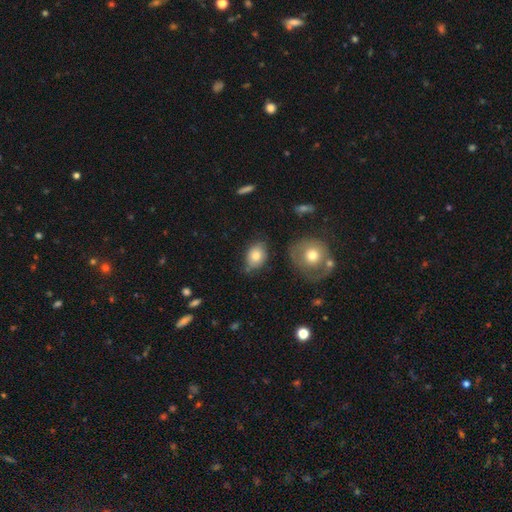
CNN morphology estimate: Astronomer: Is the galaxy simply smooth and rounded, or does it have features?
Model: smooth — 78%.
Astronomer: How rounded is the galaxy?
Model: in between — 69%.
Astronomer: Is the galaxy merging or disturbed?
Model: none — 65%.